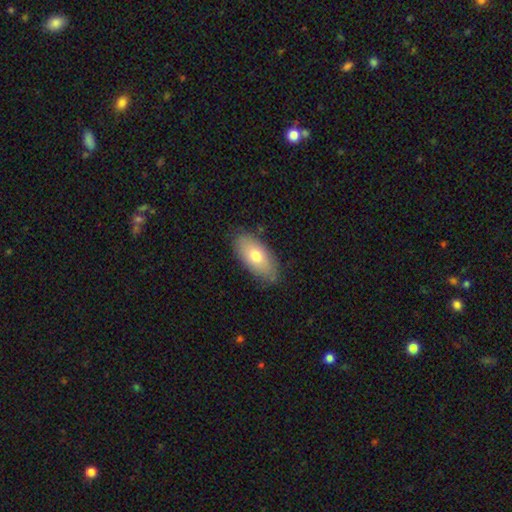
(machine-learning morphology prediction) This is likely a smooth galaxy (73%). How rounded: clearly in between (90%). Merging: clearly none (80%).